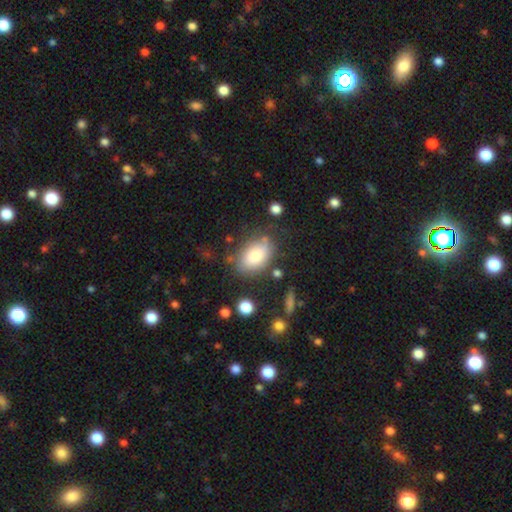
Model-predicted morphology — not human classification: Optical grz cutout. It shows a smooth galaxy with no disk features (78%) that is in between round and cigar-shaped (88%). Merging: none (71%).